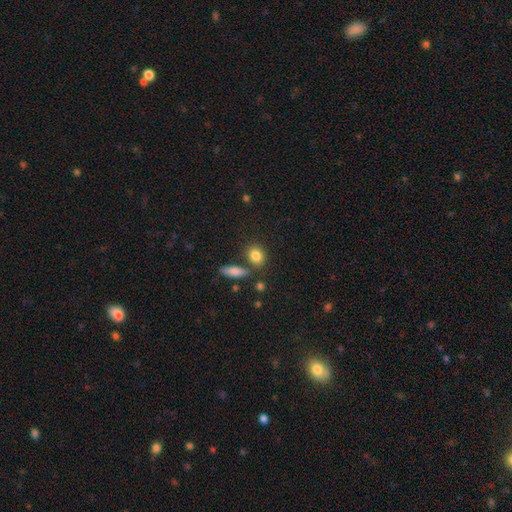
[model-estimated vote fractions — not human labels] smooth-or-featured: smooth: 84% | star or artifact: 9% | featured or disk: 7%
  how-rounded: in between: 51% | round: 45% | cigar-shaped: 4%
  merging: none: 70% | merger: 14% | minor disturbance: 12% | major disturbance: 4%